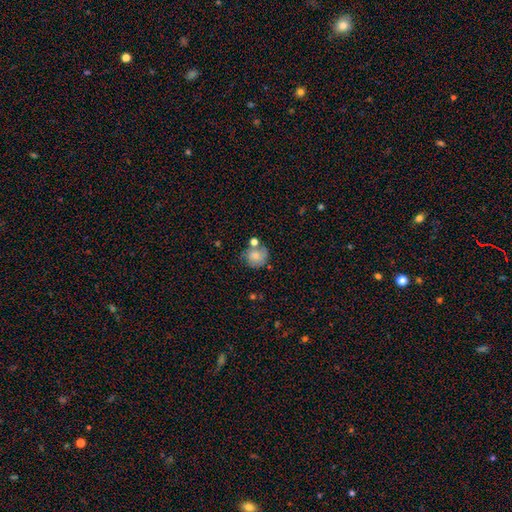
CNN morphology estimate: Smooth or featured? Predicted: smooth (p=0.65). How rounded? Predicted: round (p=0.78). Merging? Predicted: none (p=0.48).